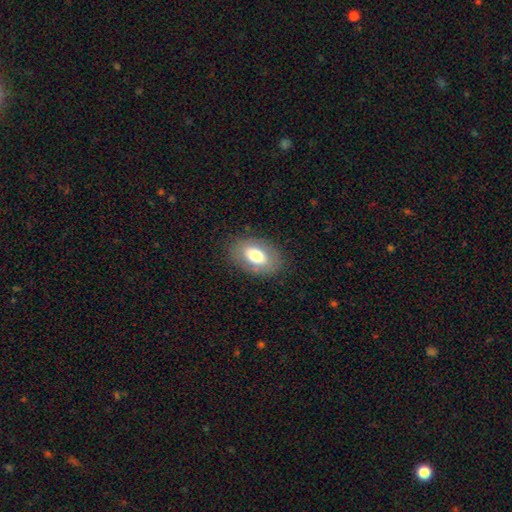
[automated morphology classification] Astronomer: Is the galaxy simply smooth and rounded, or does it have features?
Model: smooth — 69%.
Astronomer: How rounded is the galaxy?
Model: in between — 90%.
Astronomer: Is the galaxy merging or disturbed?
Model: none — 83%.